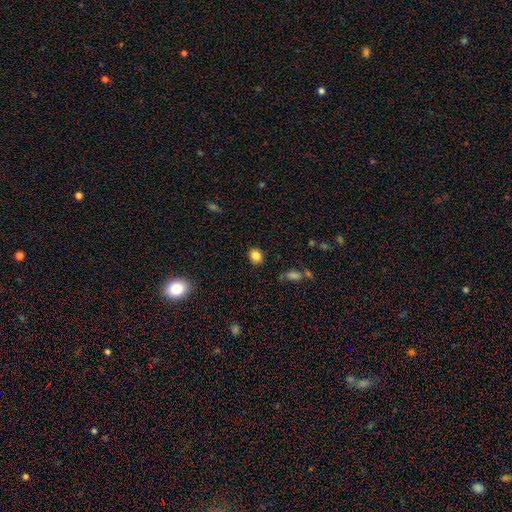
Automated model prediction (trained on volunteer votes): Q: Smooth or featured?
A: smooth (84%); runner-up: star or artifact (10%)
Q: How rounded?
A: round (62%); runner-up: in between (37%)
Q: Merging?
A: none (88%); runner-up: minor disturbance (8%)